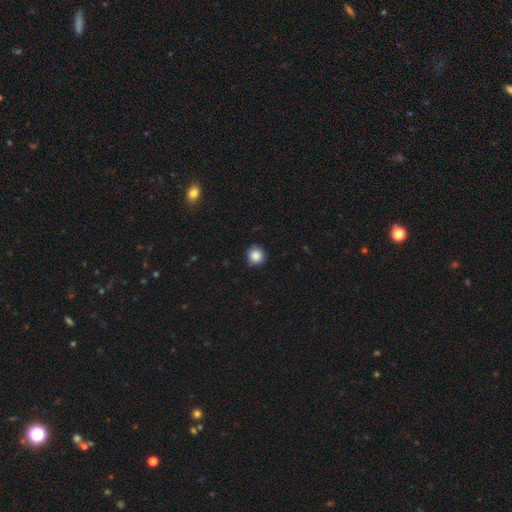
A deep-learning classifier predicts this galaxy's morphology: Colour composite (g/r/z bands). It shows a smooth galaxy with no disk features (87%) that is round (94%). Merging: none (85%).